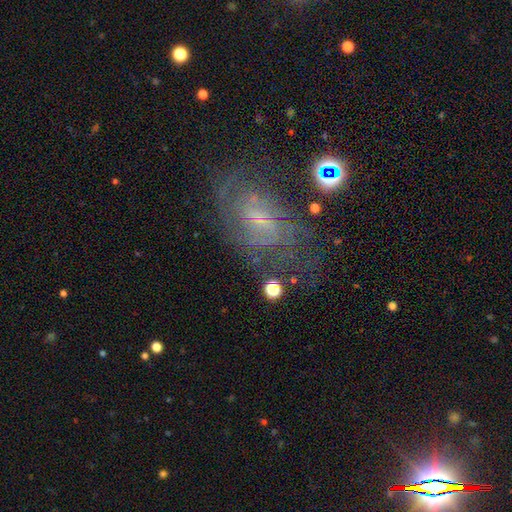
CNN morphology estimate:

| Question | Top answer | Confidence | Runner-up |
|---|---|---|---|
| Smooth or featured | featured or disk | 63% | star or artifact (20%) |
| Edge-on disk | no | 94% | yes (6%) |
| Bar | weak | 47% | no (41%) |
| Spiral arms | yes | 84% | no (16%) |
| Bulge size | small | 56% | moderate (24%) |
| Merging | none | 69% | minor disturbance (17%) |